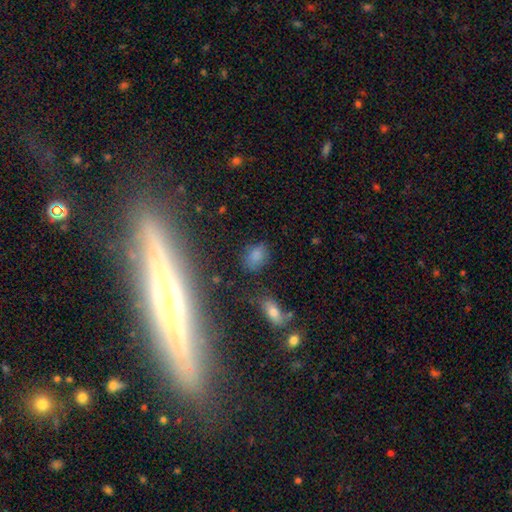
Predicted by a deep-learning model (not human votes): smooth 78%, star or artifact 14%, featured or disk 8%. Down the decision tree: how rounded — in between (70%); merging — none (74%).